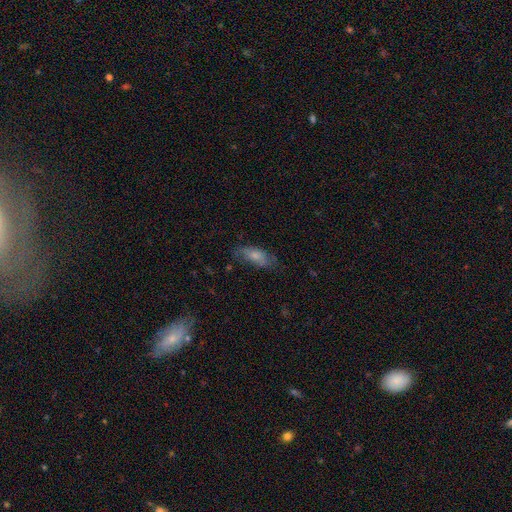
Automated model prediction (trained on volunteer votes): Smooth or featured? Predicted: smooth (p=0.66). How rounded? Predicted: in between (p=0.77). Merging? Predicted: none (p=0.57).